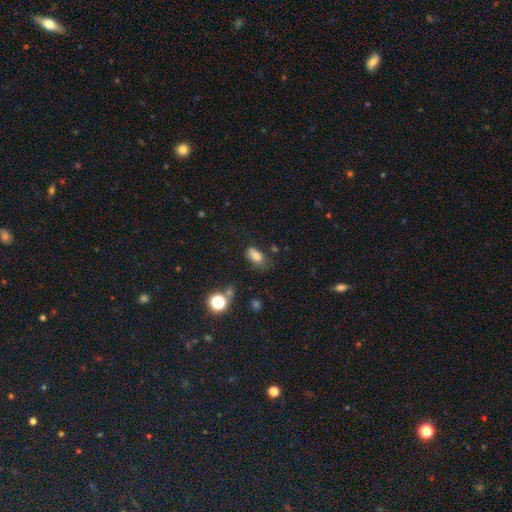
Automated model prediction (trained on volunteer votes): Overall: smooth (79%). How rounded: in between (87%). Merging: none (58%; minor disturbance 27%).